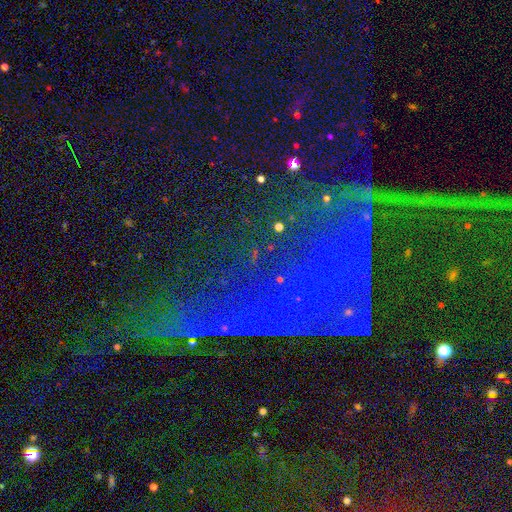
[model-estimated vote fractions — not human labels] A star or artifact, not a galaxy (78%).

Vote fractions:
- Smooth or featured? star or artifact: 78% / featured or disk: 12% / smooth: 10%